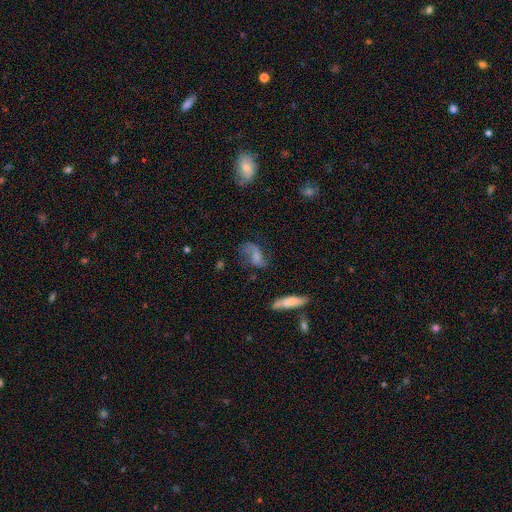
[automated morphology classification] Smooth or featured?
  - featured or disk: 44% * (tied)
  - smooth: 44% * (tied)
  - star or artifact: 12%
Merging?
  - none: 45% *
  - minor disturbance: 25%
  - major disturbance: 24%
  - merger: 6%